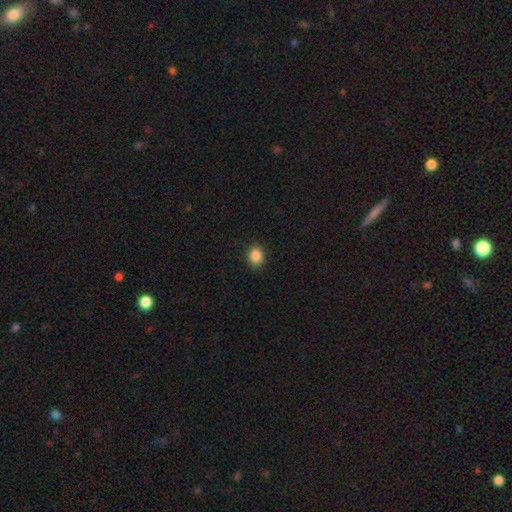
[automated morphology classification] Smooth or featured: smooth — 87% (star or artifact — 10%)
How rounded: round — 64% (in between — 35%)
Merging: none — 87% (minor disturbance — 9%)